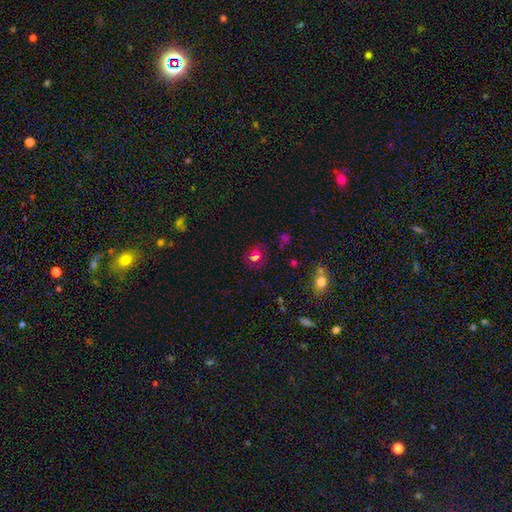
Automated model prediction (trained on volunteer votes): Morphology: type=smooth (58%); roundness=round (59%); merging=none (72%).